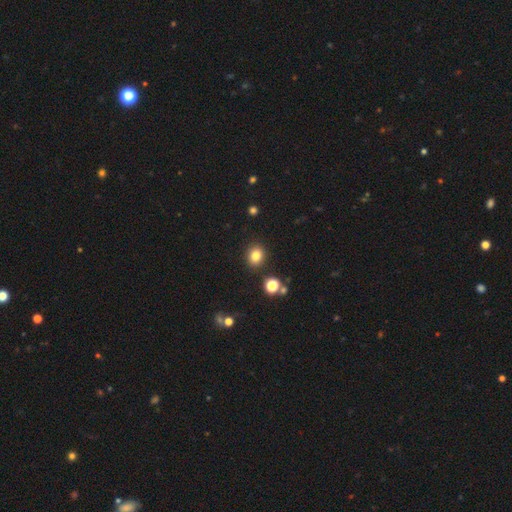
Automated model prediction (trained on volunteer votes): Overall: smooth (82%). How rounded: round (68%; in between 31%). Merging: none (88%).